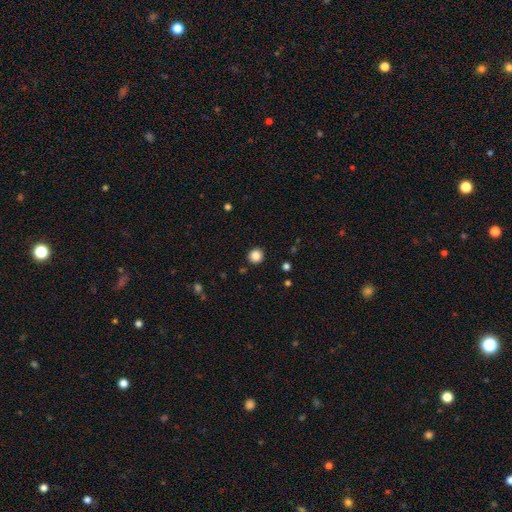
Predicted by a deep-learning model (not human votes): A smooth galaxy with no disk features (86%) that is round (94%). Merging: none (92%).